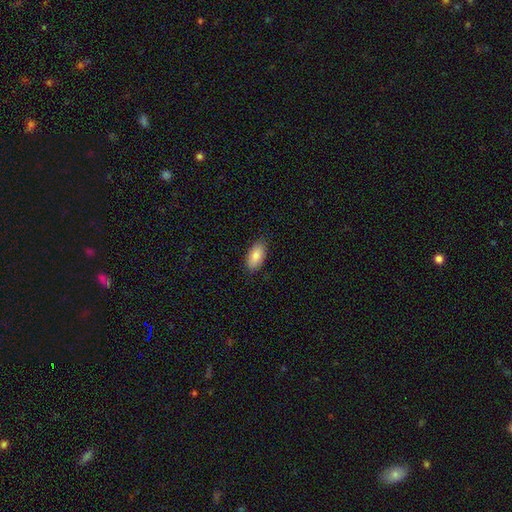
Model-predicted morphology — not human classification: Smooth or featured: smooth — 85% (featured or disk — 8%)
How rounded: in between — 93% (cigar-shaped — 4%)
Merging: none — 86% (minor disturbance — 11%)